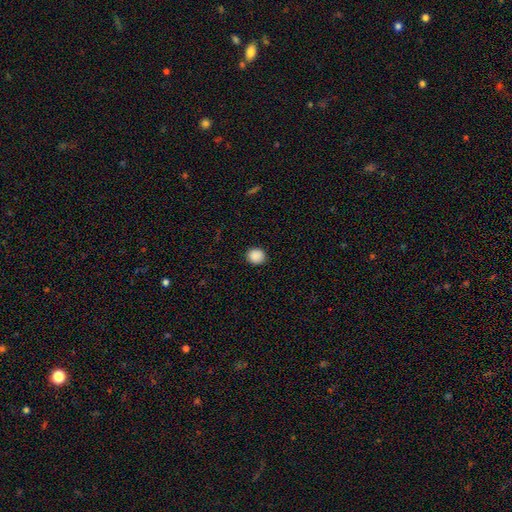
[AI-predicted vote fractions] smooth-or-featured: smooth: 89% | star or artifact: 9% | featured or disk: 2%
  how-rounded: round: 82% | in between: 17% | cigar-shaped: 1%
  merging: none: 90% | minor disturbance: 7% | major disturbance: 2% | merger: 1%